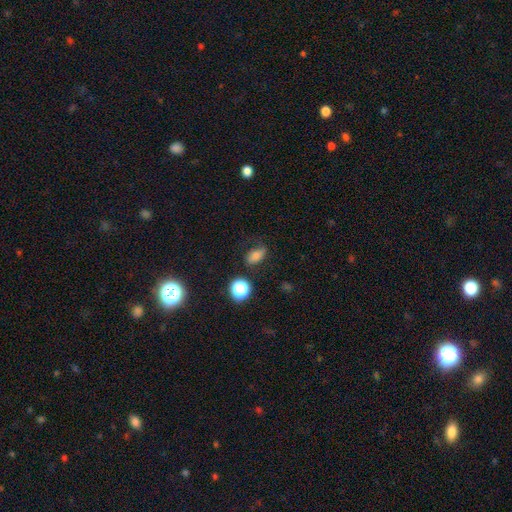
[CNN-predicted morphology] smooth_or_featured: smooth (p=0.66) [alt: featured or disk p=0.18]
how_rounded: in between (p=0.82) [alt: round p=0.14]
merging: none (p=0.63) [alt: minor disturbance p=0.23]